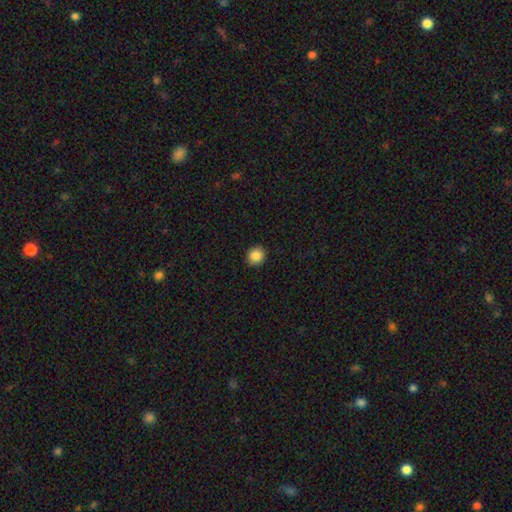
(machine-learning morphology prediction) The model was most divided on "how rounded": round: 85%, in between: 14%, cigar-shaped: 1%. More confident: merging — none (91%); smooth or featured — smooth (87%).